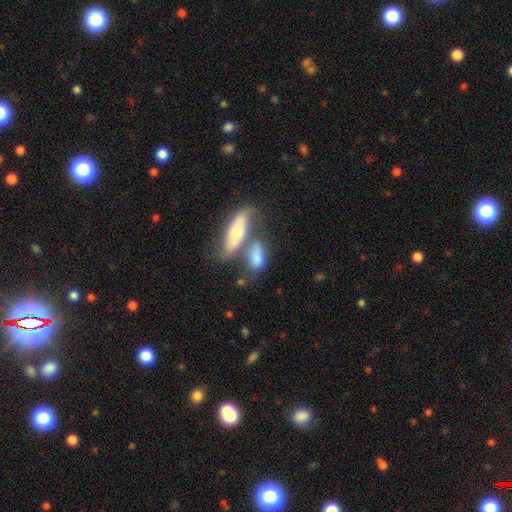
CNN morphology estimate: smooth-or-featured: smooth: 58% | featured or disk: 34% | star or artifact: 8%
  how-rounded: in between: 60% | cigar-shaped: 34% | round: 6%
  merging: merger: 48% | none: 34% | minor disturbance: 12% | major disturbance: 6%